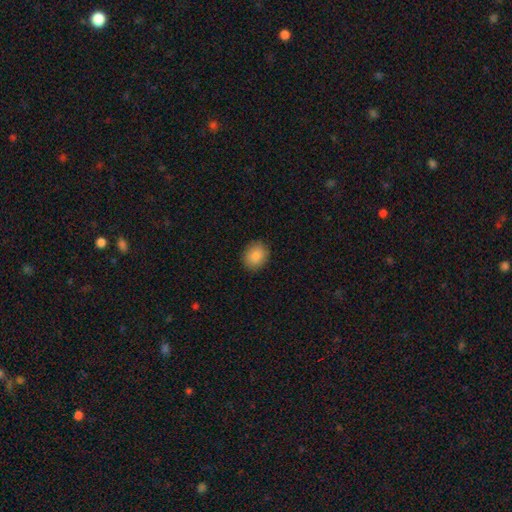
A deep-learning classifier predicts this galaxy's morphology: smooth-or-featured: smooth: 89% | star or artifact: 8% | featured or disk: 4%
  how-rounded: round: 50% | in between: 49% | cigar-shaped: 1%
  merging: none: 89% | minor disturbance: 8% | major disturbance: 2% | merger: 1%